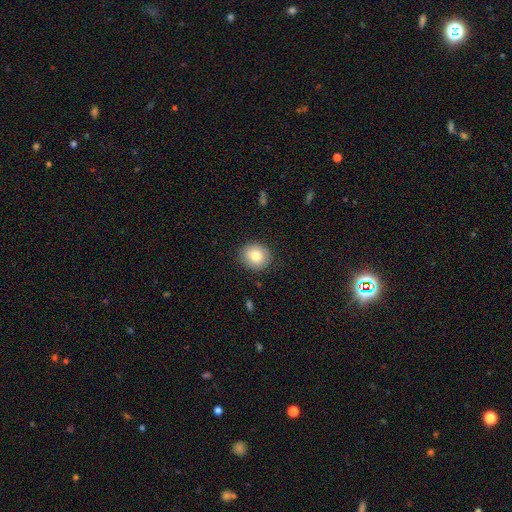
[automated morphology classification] Smooth or featured: smooth — 80% (featured or disk — 12%)
How rounded: round — 84% (in between — 15%)
Merging: none — 87% (minor disturbance — 10%)